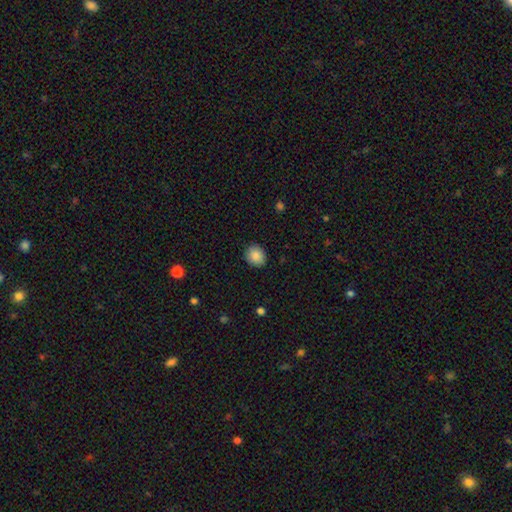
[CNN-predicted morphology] Overall: smooth (86%). How rounded: round (70%). Merging: none (89%).